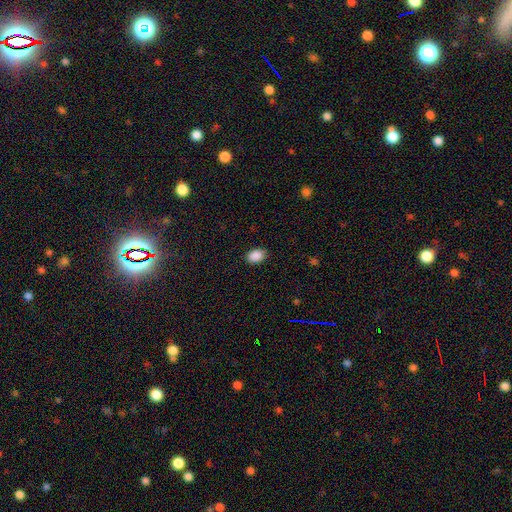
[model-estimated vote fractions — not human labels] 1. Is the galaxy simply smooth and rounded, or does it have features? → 89% smooth, 8% star or artifact, 3% featured or disk.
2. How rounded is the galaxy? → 77% in between, 22% round, 1% cigar-shaped.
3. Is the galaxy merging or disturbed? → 87% none, 10% minor disturbance, 2% major disturbance, 1% merger.